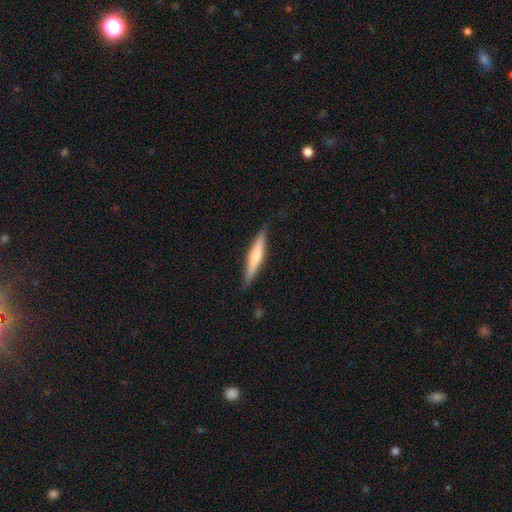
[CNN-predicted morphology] Q: Smooth or featured?
A: smooth (50%); runner-up: featured or disk (45%)
Q: How rounded?
A: cigar-shaped (91%); runner-up: in between (8%)
Q: Merging?
A: none (85%); runner-up: minor disturbance (12%)